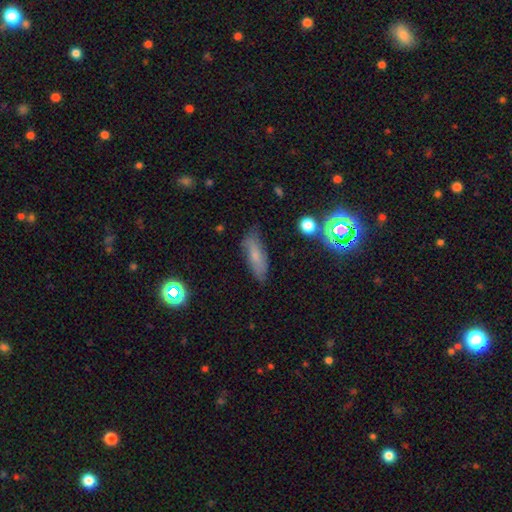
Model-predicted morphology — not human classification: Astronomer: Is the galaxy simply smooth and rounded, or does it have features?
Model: smooth — 61%.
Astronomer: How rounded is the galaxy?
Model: in between — 52% (runner-up: cigar-shaped, 44%).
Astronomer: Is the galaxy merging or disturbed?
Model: none — 74%.